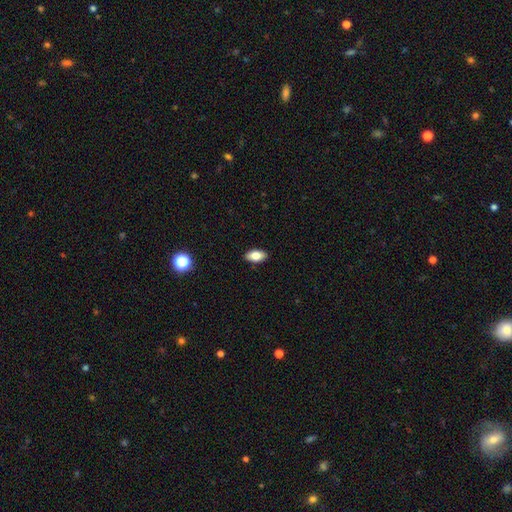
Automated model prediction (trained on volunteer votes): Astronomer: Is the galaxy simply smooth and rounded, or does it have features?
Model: smooth — 81%.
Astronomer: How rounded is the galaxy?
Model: in between — 91%.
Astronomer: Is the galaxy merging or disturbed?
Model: none — 90%.